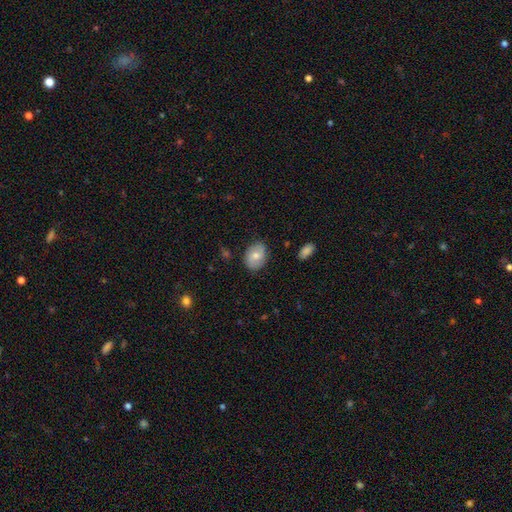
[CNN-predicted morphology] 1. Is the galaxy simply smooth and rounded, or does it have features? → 63% smooth, 30% featured or disk, 7% star or artifact.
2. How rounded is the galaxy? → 66% in between, 33% round, 1% cigar-shaped.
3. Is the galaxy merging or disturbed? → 82% none, 14% minor disturbance, 3% major disturbance, 1% merger.